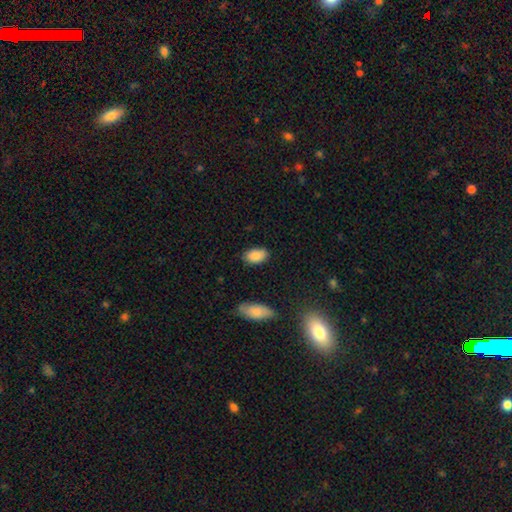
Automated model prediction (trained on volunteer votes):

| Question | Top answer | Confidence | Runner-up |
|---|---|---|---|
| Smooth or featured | smooth | 88% | star or artifact (7%) |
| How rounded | in between | 92% | round (6%) |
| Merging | none | 83% | minor disturbance (13%) |